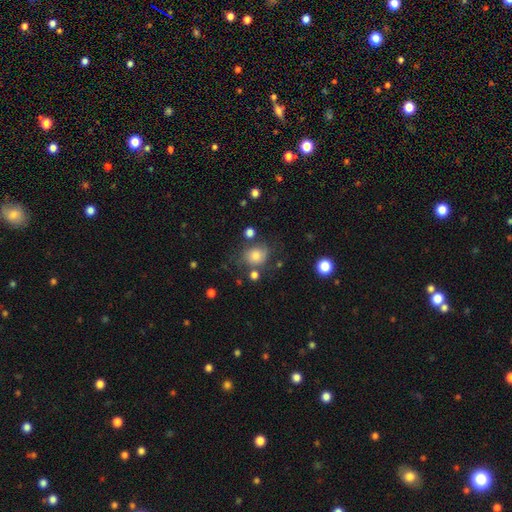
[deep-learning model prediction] This is likely a smooth galaxy (76%). How rounded: likely round (66%). Merging: likely none (60%).